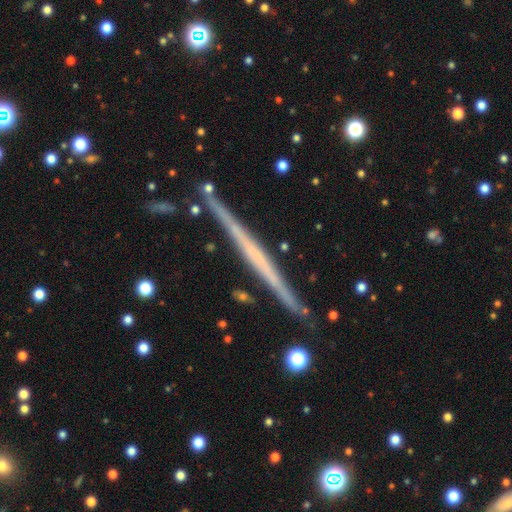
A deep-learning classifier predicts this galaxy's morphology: smooth-or-featured: featured or disk: 69% | smooth: 25% | star or artifact: 6%
  disk-edge-on: yes: 98% | no: 2%
    edge-on-bulge: none: 87% | rounded: 8% | boxy: 5%
  merging: none: 90% | minor disturbance: 7% | merger: 2% | major disturbance: 1%